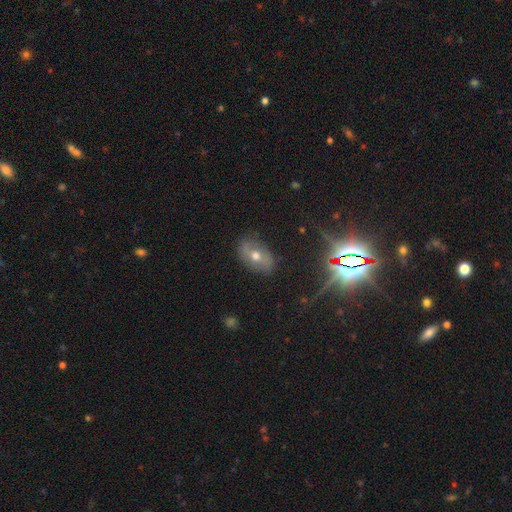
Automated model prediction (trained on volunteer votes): Smooth or featured: featured or disk — 40% (smooth — 38%)
Merging: none — 80% (minor disturbance — 14%)